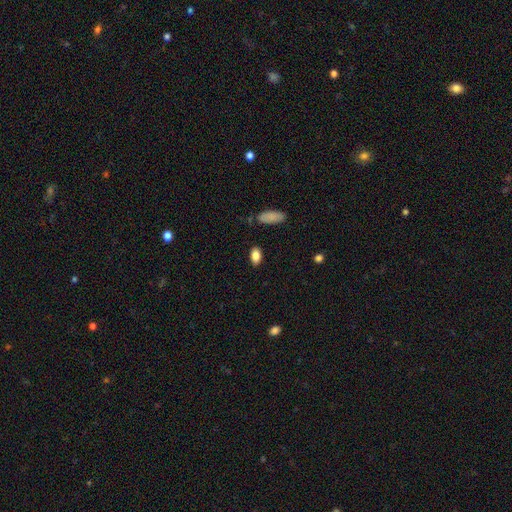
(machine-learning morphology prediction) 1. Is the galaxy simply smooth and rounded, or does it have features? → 85% smooth, 8% star or artifact, 7% featured or disk.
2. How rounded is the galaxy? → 89% in between, 7% round, 4% cigar-shaped.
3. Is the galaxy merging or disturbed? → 85% none, 10% minor disturbance, 2% major disturbance, 2% merger.